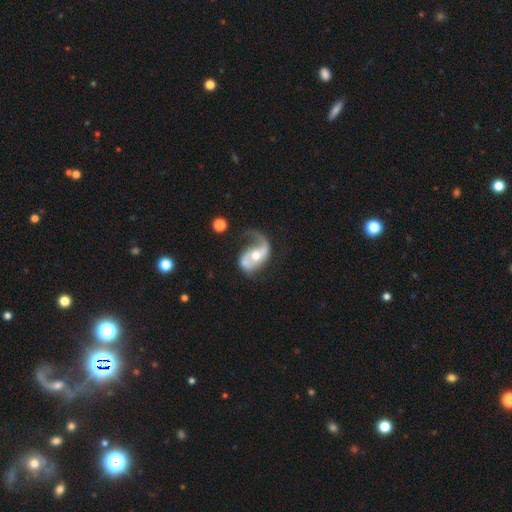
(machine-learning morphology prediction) Q: Smooth or featured?
A: featured or disk (83%); runner-up: smooth (12%)
Q: Edge-on disk?
A: no (97%); runner-up: yes (3%)
Q: Bar?
A: no (49%); runner-up: weak (33%)
Q: Spiral arms?
A: yes (91%); runner-up: no (9%)
Q: Spiral winding?
A: loose (60%); runner-up: medium (31%)
Q: Spiral arm count?
A: 2 (60%); runner-up: 1 (34%)
Q: Bulge size?
A: moderate (67%); runner-up: small (24%)
Q: Merging?
A: none (38%); runner-up: major disturbance (29%)